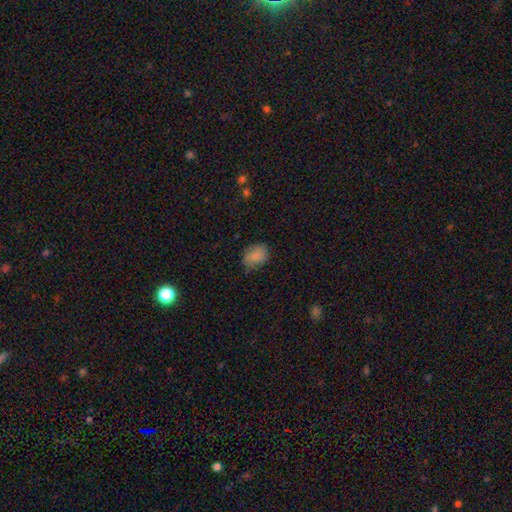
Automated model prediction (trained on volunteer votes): Overall: smooth (84%). How rounded: in between (62%; round 37%). Merging: none (65%; minor disturbance 27%).